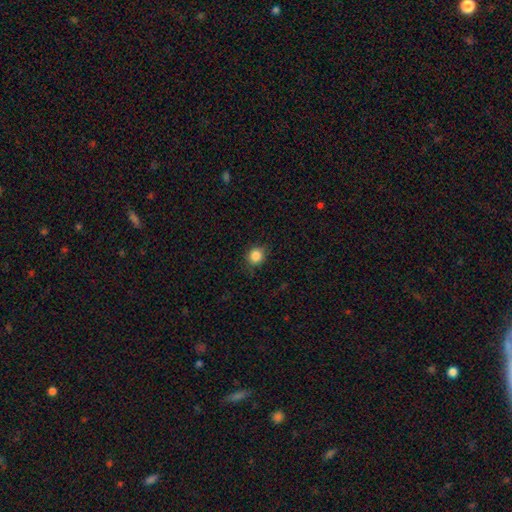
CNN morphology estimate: Smooth or featured: smooth — 86% (star or artifact — 10%)
How rounded: round — 82% (in between — 17%)
Merging: none — 83% (minor disturbance — 13%)